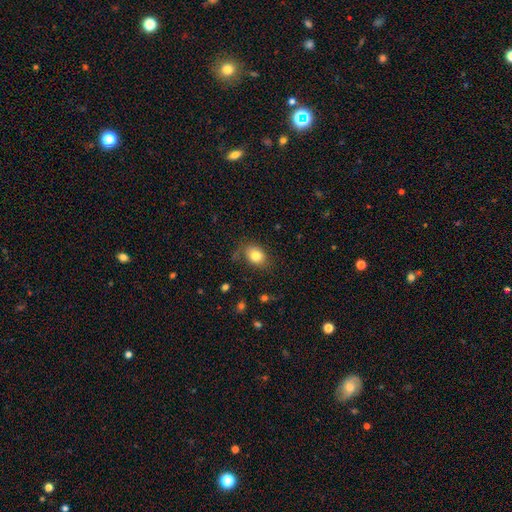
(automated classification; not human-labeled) The model was most divided on "how rounded": in between: 65%, round: 34%, cigar-shaped: 1%. More confident: smooth or featured — smooth (81%); merging — none (70%).